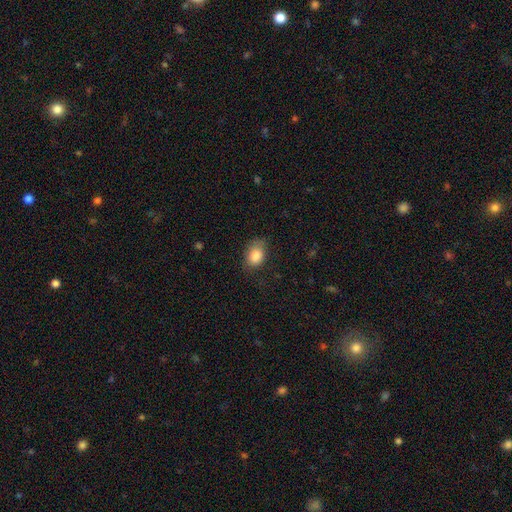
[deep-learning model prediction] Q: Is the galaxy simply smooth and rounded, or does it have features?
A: smooth — 84%.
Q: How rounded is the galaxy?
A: in between — 74%.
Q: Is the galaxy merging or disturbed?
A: none — 69%.